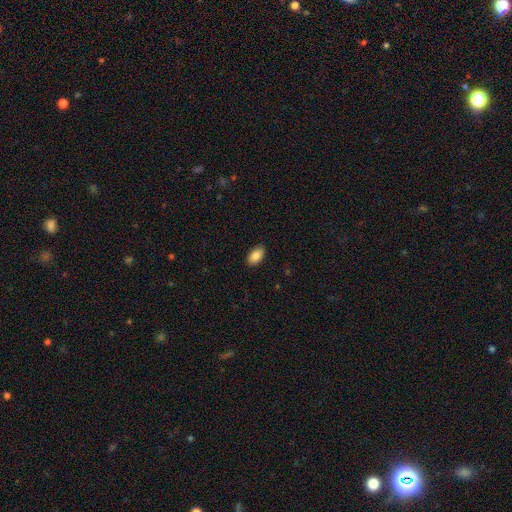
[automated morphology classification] smooth-or-featured: smooth: 88% | star or artifact: 7% | featured or disk: 5%
  how-rounded: in between: 94% | round: 4% | cigar-shaped: 2%
  merging: none: 89% | minor disturbance: 8% | major disturbance: 2% | merger: 1%